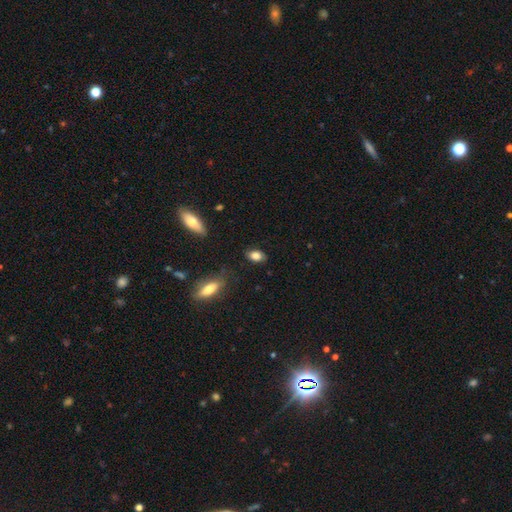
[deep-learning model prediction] This is clearly a smooth galaxy (82%). How rounded: clearly in between (85%). Merging: likely none (79%).